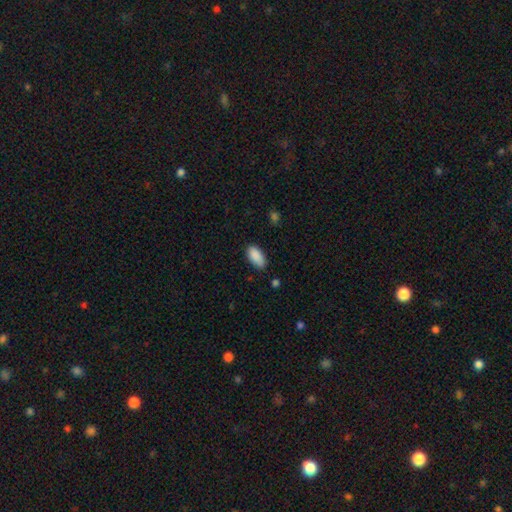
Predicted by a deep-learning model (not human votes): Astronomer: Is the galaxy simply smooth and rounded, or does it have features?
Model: smooth — 90%.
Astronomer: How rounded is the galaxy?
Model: in between — 93%.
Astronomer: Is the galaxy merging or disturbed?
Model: none — 80%.